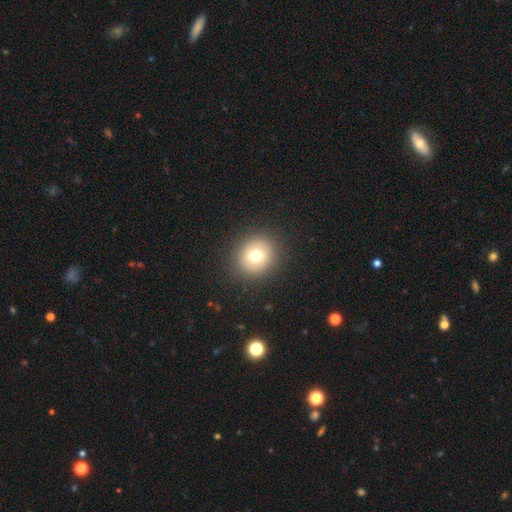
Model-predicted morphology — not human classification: Smooth or featured? smooth (72%)
How rounded? round (86%)
Merging? none (89%)